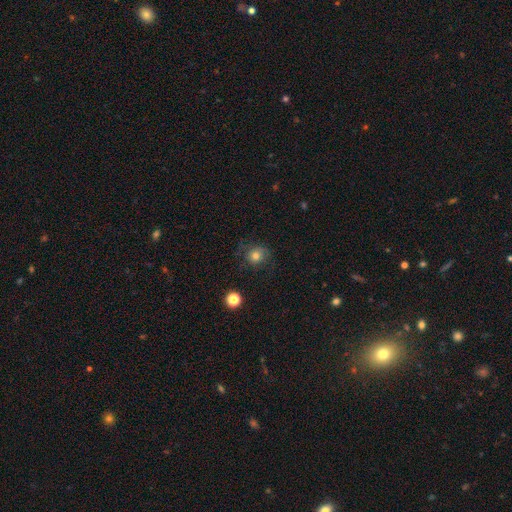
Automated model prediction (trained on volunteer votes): Overall: smooth (74%). How rounded: round (84%). Merging: none (71%).